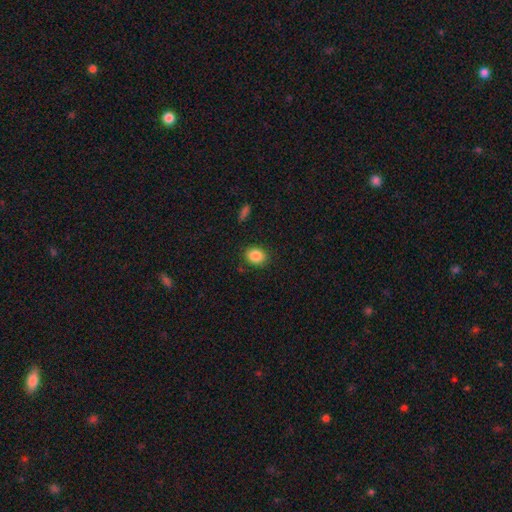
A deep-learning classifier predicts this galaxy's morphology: A smooth galaxy with no disk features (87%) that is in between round and cigar-shaped (51%).

Vote fractions:
- Smooth or featured? smooth: 87% / star or artifact: 9% / featured or disk: 5%
- How rounded? in between: 51% / round: 48% / cigar-shaped: 1%
- Merging? none: 86% / minor disturbance: 10% / major disturbance: 3% / merger: 2%